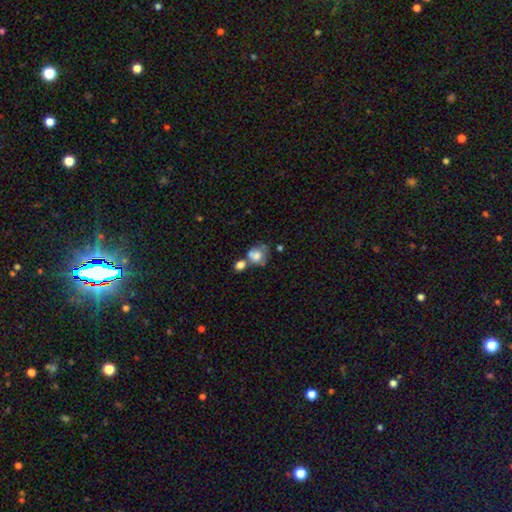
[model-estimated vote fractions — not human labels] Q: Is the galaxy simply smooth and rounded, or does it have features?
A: smooth — 70%.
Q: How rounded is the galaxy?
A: round — 62%.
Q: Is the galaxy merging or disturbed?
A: merger — 43%.